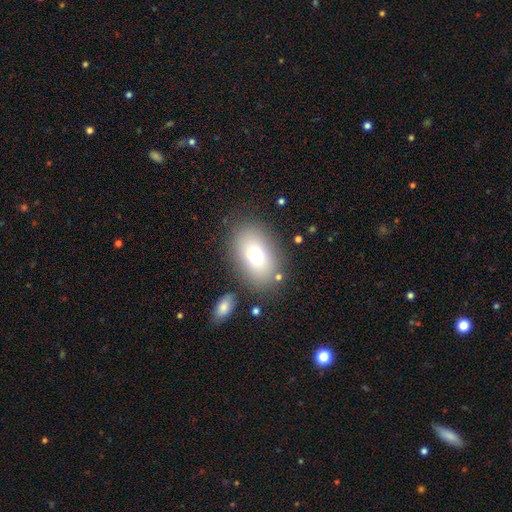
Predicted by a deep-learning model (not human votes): A smooth galaxy with no disk features (73%) that is in between round and cigar-shaped (87%). Merging: none (78%).